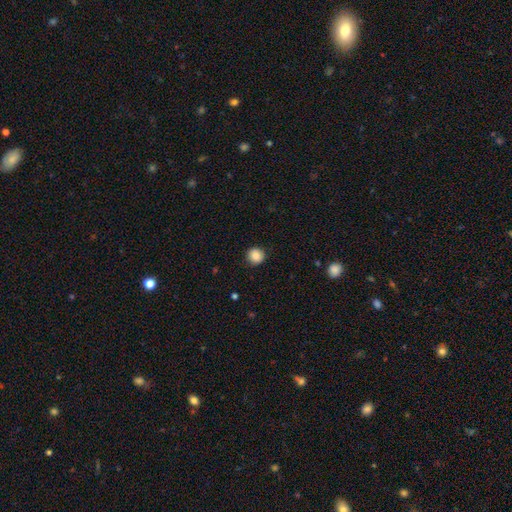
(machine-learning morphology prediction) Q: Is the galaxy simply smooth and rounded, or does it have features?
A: smooth — 87%.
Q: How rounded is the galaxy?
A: round — 92%.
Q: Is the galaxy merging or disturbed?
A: none — 90%.